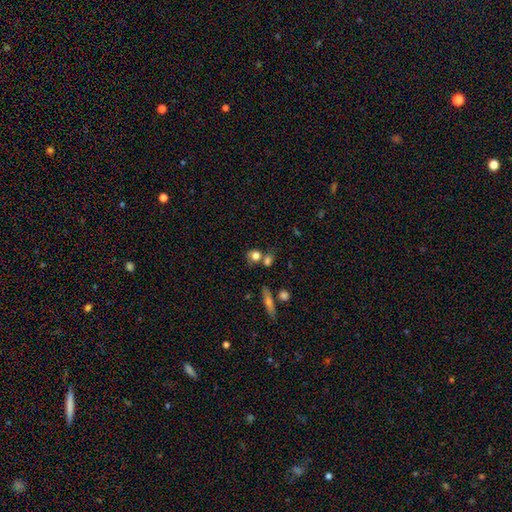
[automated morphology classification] A smooth galaxy with no disk features (76%) that is round (58%).

Vote fractions:
- Smooth or featured? smooth: 76% / featured or disk: 13% / star or artifact: 11%
- How rounded? round: 58% / in between: 38% / cigar-shaped: 4%
- Merging? none: 50% / merger: 30% / minor disturbance: 14% / major disturbance: 6%